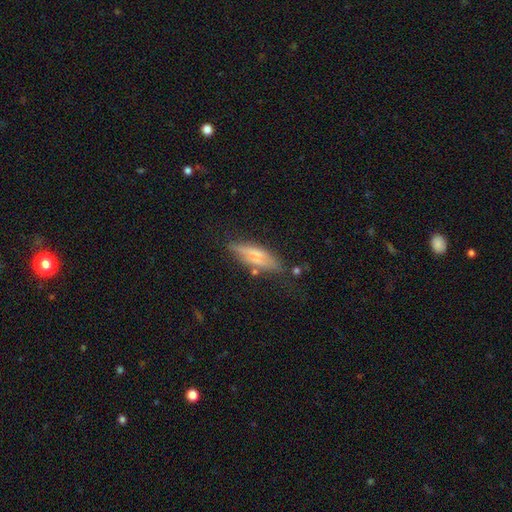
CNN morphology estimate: A smooth galaxy with no disk features (46%). Merging: none (70%).